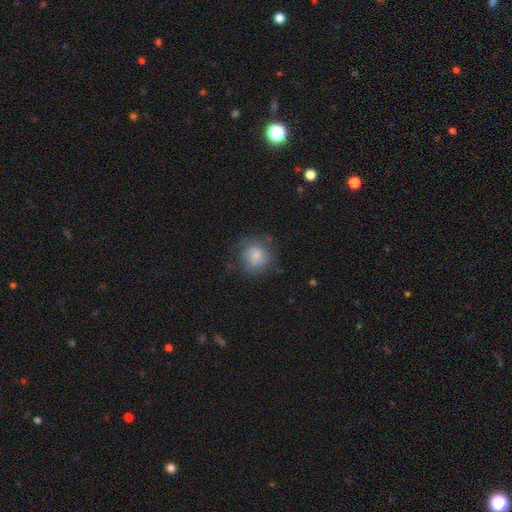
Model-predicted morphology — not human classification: Q: Smooth or featured?
A: smooth (72%); runner-up: featured or disk (19%)
Q: How rounded?
A: round (86%); runner-up: in between (13%)
Q: Merging?
A: none (64%); runner-up: minor disturbance (22%)